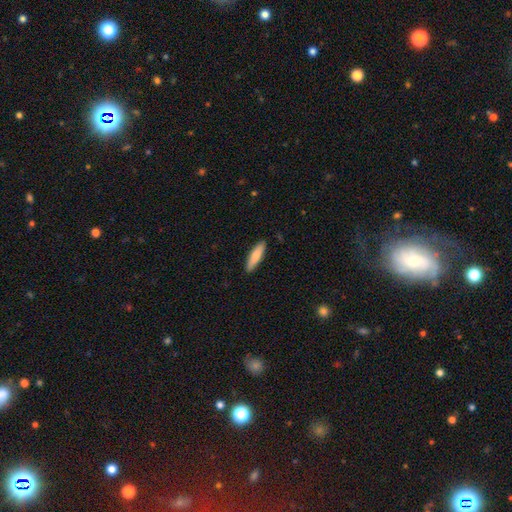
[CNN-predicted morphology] This appears to be a smooth galaxy with no disk features (77%) that is cigar-shaped (75%). Merging: none (89%).